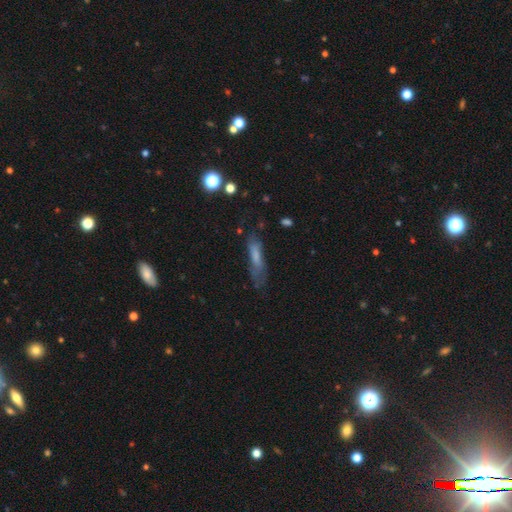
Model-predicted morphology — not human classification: This is possibly a smooth galaxy (59%). How rounded: likely cigar-shaped (71%). Merging: possibly none (52%).